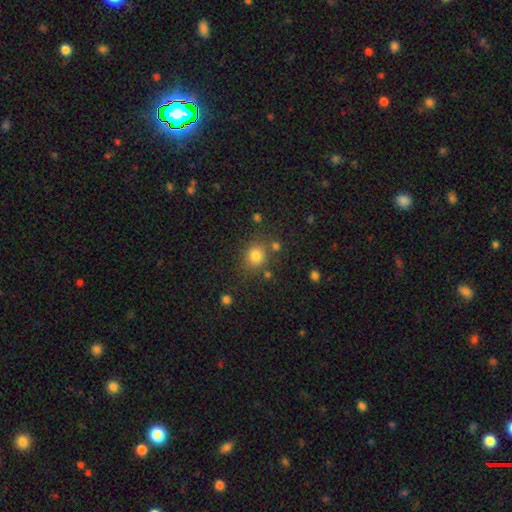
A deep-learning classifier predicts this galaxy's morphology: A smooth galaxy with no disk features (79%) that is round (81%). Merging: none (76%).